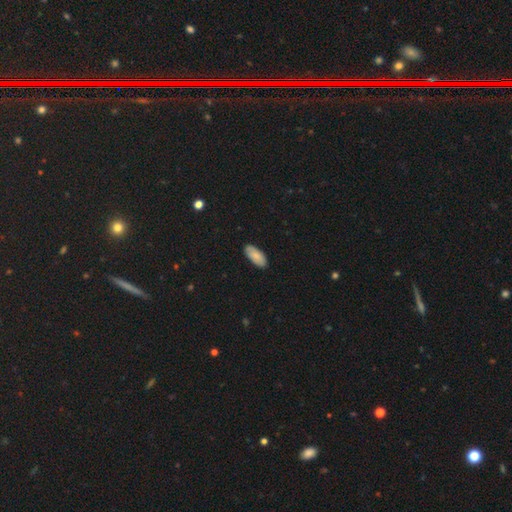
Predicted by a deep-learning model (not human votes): smooth-or-featured: smooth: 85% | featured or disk: 9% | star or artifact: 6%
  how-rounded: in between: 88% | cigar-shaped: 10% | round: 2%
  merging: none: 87% | minor disturbance: 11% | major disturbance: 2% | merger: 1%